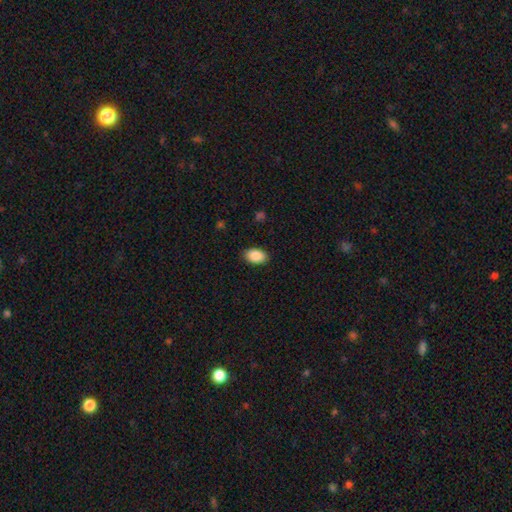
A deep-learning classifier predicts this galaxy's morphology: Smooth or featured?
  - smooth: 90% *
  - star or artifact: 7%
  - featured or disk: 3%
How rounded?
  - in between: 92% *
  - round: 7%
  - cigar-shaped: 1%
Merging?
  - none: 89% *
  - minor disturbance: 8%
  - major disturbance: 2%
  - merger: 1%